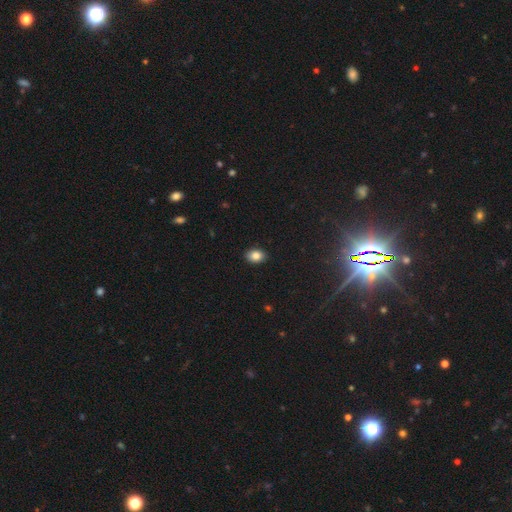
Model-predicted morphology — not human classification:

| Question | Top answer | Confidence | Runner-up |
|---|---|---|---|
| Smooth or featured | smooth | 85% | star or artifact (9%) |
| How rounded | in between | 76% | round (23%) |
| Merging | none | 90% | minor disturbance (8%) |